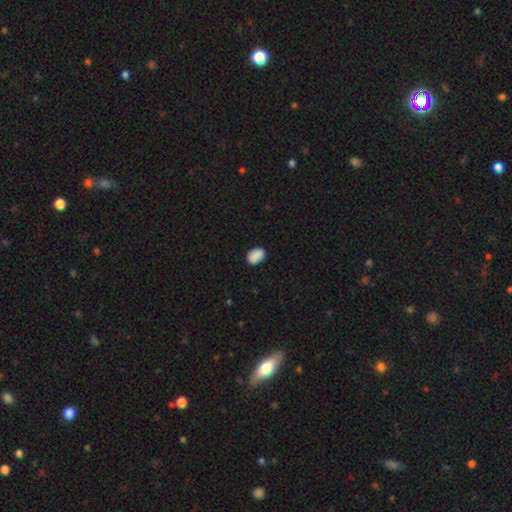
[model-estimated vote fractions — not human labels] Q: Smooth or featured?
A: smooth (89%); runner-up: star or artifact (8%)
Q: How rounded?
A: in between (84%); runner-up: round (15%)
Q: Merging?
A: none (86%); runner-up: minor disturbance (10%)